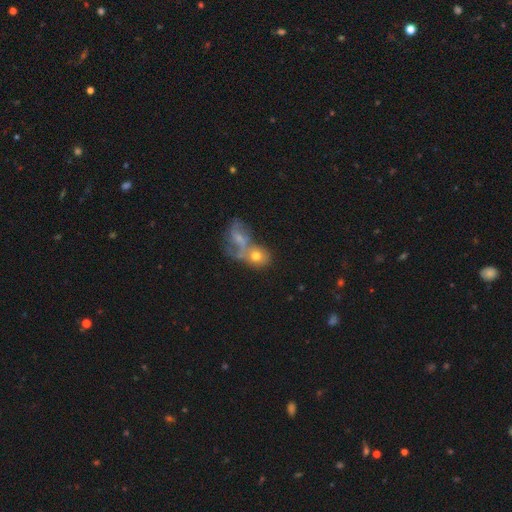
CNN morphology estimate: This is possibly a featured or disk galaxy (48%). Merging: possibly merger (55%).